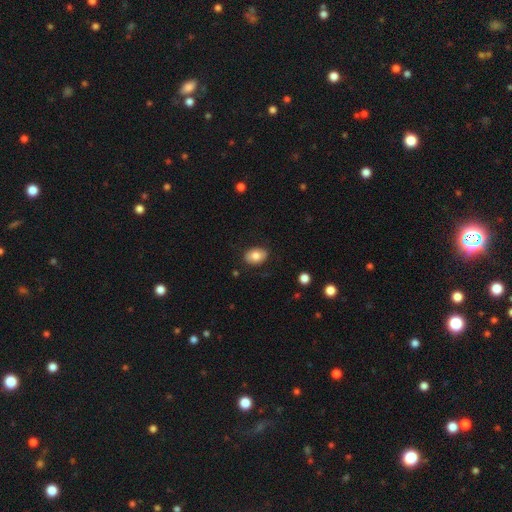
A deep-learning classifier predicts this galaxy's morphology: smooth 79%, featured or disk 14%, star or artifact 7%. Down the decision tree: how rounded — in between (77%); merging — none (86%).